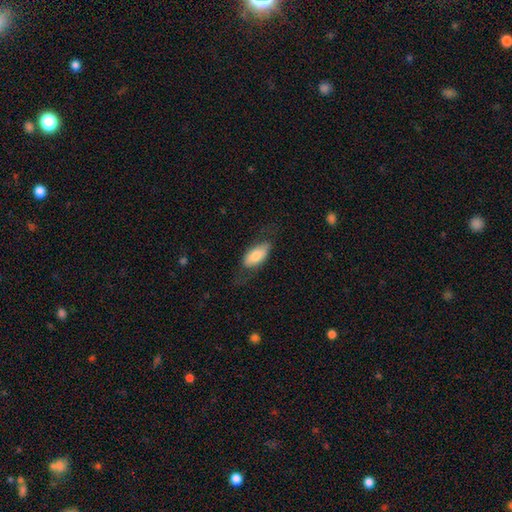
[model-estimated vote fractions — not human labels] A smooth galaxy with no disk features (71%) that is in between round and cigar-shaped (88%).

Vote fractions:
- Smooth or featured? smooth: 71% / featured or disk: 22% / star or artifact: 6%
- How rounded? in between: 88% / cigar-shaped: 9% / round: 3%
- Merging? none: 64% / minor disturbance: 22% / major disturbance: 12% / merger: 1%